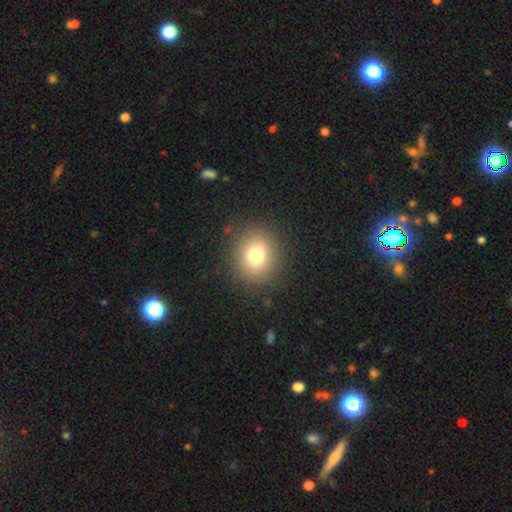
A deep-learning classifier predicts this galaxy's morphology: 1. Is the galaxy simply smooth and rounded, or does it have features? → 77% smooth, 13% star or artifact, 10% featured or disk.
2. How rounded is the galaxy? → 79% round, 20% in between, 1% cigar-shaped.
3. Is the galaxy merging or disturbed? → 88% none, 7% minor disturbance, 3% major disturbance, 1% merger.